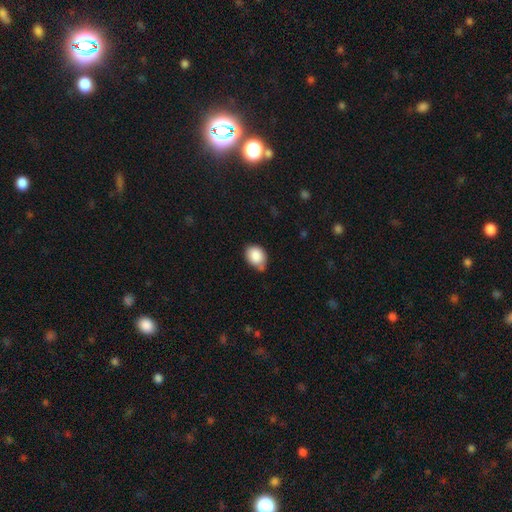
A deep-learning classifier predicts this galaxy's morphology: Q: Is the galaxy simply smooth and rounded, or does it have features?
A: smooth — 87%.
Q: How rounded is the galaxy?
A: in between — 66%.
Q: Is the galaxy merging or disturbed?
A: none — 56%.